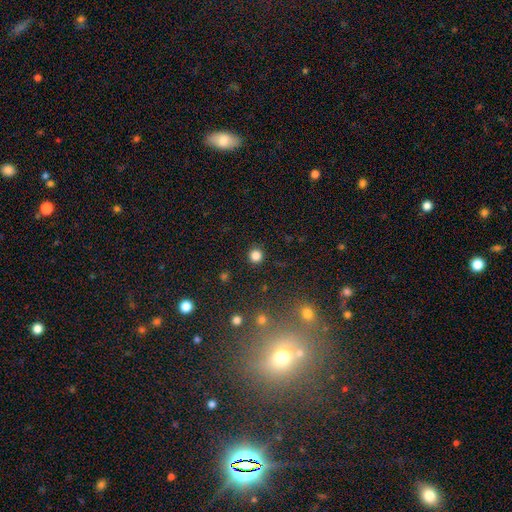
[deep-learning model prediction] smooth-or-featured: smooth: 82% | star or artifact: 14% | featured or disk: 4%
  how-rounded: round: 94% | in between: 5% | cigar-shaped: 1%
  merging: none: 91% | minor disturbance: 5% | major disturbance: 2% | merger: 1%